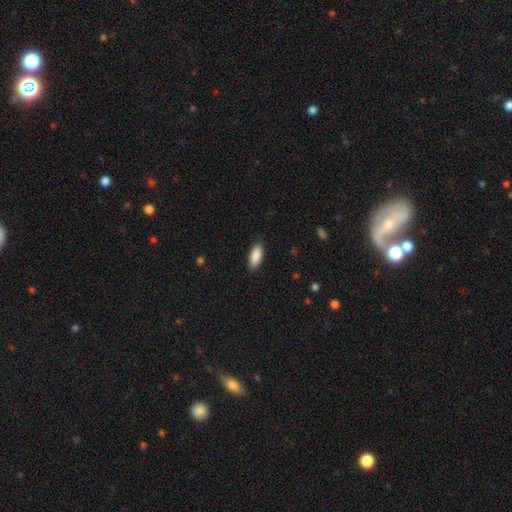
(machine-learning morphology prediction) This is clearly a smooth galaxy (89%). How rounded: likely in between (79%). Merging: clearly none (86%).